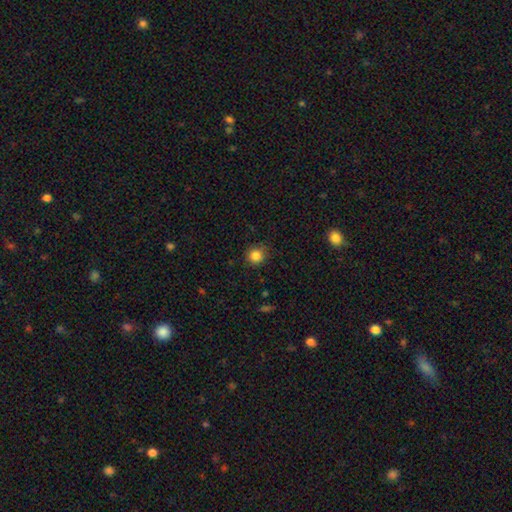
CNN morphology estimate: type=smooth (85%); roundness=round (91%); merging=none (86%).